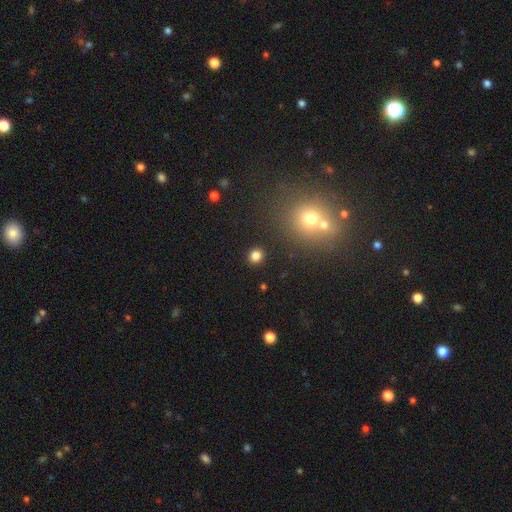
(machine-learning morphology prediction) smooth-or-featured: smooth: 82% | star or artifact: 13% | featured or disk: 5%
  how-rounded: round: 83% | in between: 16% | cigar-shaped: 1%
  merging: none: 90% | minor disturbance: 5% | merger: 3% | major disturbance: 2%